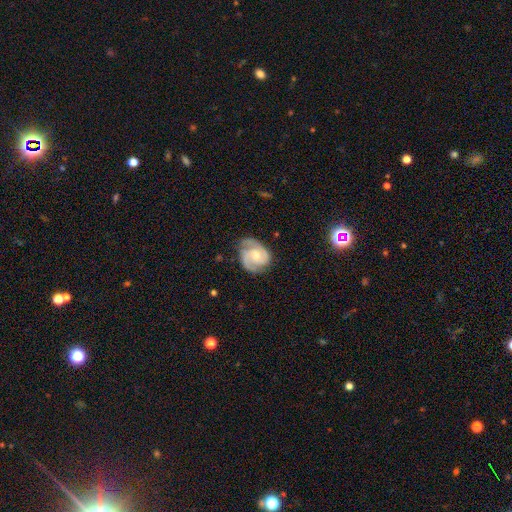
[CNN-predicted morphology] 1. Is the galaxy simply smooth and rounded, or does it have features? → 86% featured or disk, 9% smooth, 5% star or artifact.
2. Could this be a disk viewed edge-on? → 98% no, 2% yes.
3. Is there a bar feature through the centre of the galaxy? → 55% no, 38% weak, 7% strong.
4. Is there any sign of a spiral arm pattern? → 97% yes, 3% no.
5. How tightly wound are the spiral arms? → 46% medium, 45% tight, 9% loose.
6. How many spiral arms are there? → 83% 2, 8% 3, 5% can't tell, 2% 1, 1% 4, 1% more than 4.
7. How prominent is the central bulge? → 50% moderate, 39% small, 6% none, 4% large, 1% dominant.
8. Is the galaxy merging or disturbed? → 71% none, 21% minor disturbance, 7% major disturbance, 1% merger.